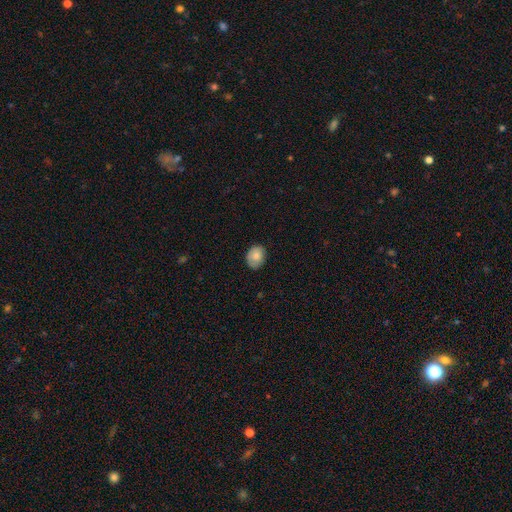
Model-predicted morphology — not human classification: A smooth galaxy with no disk features (82%) that is in between round and cigar-shaped (61%).

Vote fractions:
- Smooth or featured? smooth: 82% / featured or disk: 10% / star or artifact: 8%
- How rounded? in between: 61% / round: 38% / cigar-shaped: 1%
- Merging? none: 80% / minor disturbance: 16% / major disturbance: 3% / merger: 1%